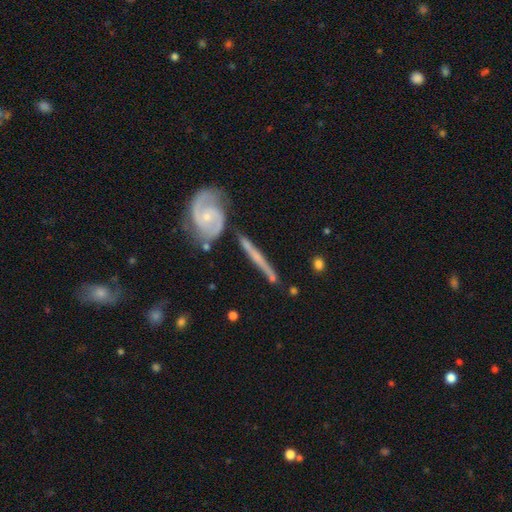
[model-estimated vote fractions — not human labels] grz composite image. It shows a featured or disk galaxy (73%) viewed edge-on (80%) with no central bulge (60%). Merging: none (72%).